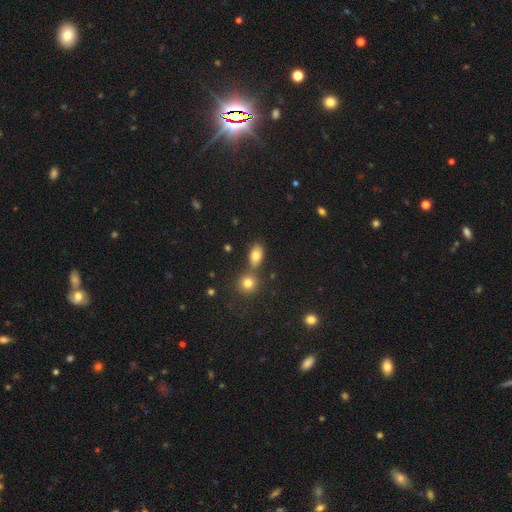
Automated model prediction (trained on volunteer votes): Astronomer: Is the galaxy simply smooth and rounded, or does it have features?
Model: smooth — 79%.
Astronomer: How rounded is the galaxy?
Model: in between — 84%.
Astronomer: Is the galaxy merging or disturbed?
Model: none — 62%.